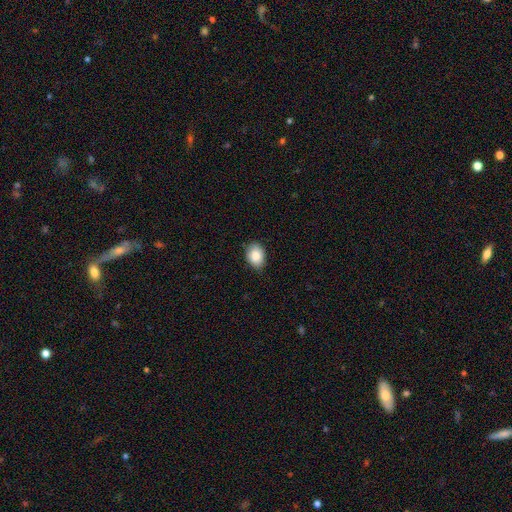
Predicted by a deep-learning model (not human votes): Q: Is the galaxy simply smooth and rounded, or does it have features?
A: smooth — 87%.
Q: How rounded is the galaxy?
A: in between — 74%.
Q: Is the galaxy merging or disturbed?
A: none — 80%.